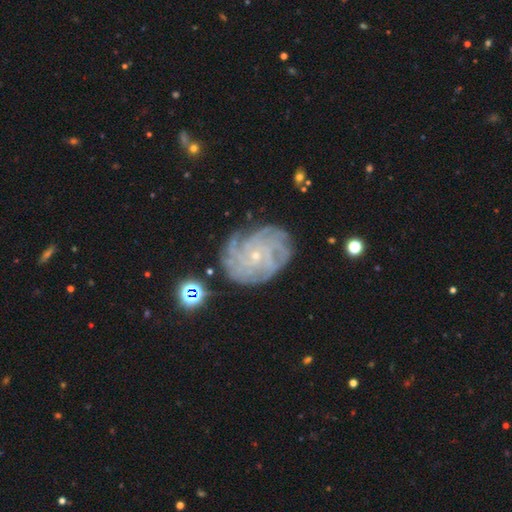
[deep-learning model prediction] Smooth or featured? featured or disk (83%)
Edge-on disk? no (97%)
Bar? no (74%)
Spiral arms? yes (97%)
Spiral winding? tight (74%)
Spiral arm count? more than 4 (30%)
Bulge size? small (84%)
Merging? none (80%)